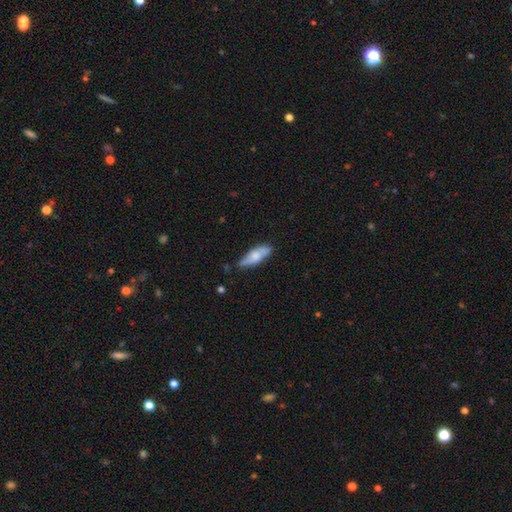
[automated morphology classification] This appears to be a smooth galaxy with no disk features (64%) that is in between round and cigar-shaped (59%). Merging: none (69%).